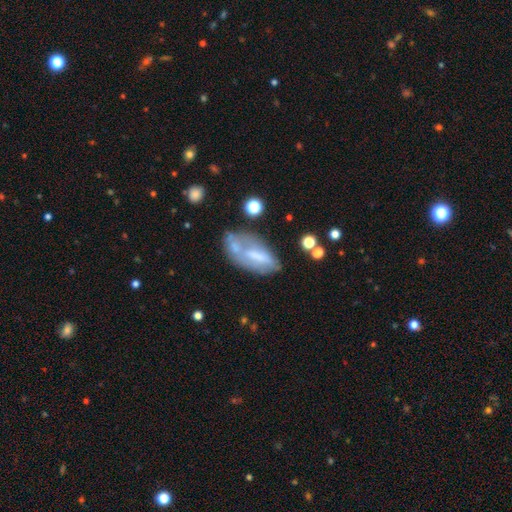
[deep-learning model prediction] smooth_or_featured: smooth (p=0.49) [alt: featured or disk p=0.42]
merging: none (p=0.39) [alt: minor disturbance p=0.26]